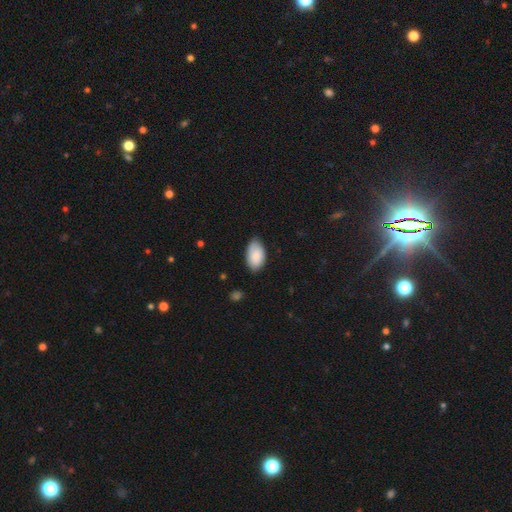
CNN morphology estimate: Q: Smooth or featured?
A: smooth (86%); runner-up: featured or disk (8%)
Q: How rounded?
A: in between (94%); runner-up: round (4%)
Q: Merging?
A: none (74%); runner-up: minor disturbance (22%)